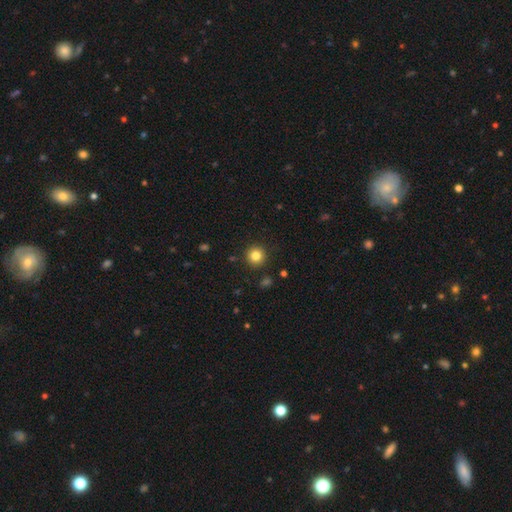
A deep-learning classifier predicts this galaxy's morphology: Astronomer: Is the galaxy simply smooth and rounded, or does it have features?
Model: smooth — 83%.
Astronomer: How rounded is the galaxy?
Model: round — 95%.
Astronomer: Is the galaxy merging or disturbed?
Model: none — 91%.